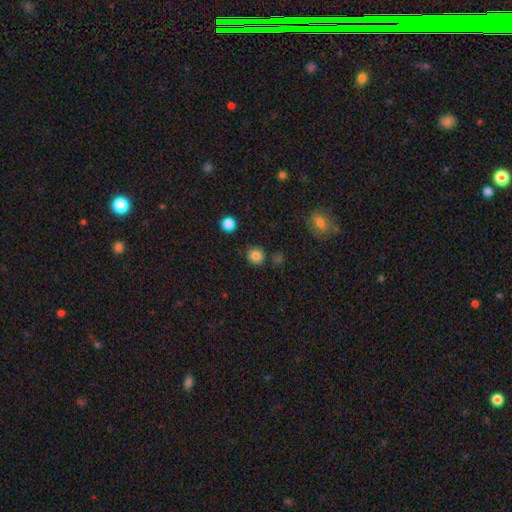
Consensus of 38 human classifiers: Smooth or featured: smooth — 84% (featured or disk — 8%)
How rounded: round — 88% (in between — 12%)
Merging: none — 80% (minor disturbance — 9%)